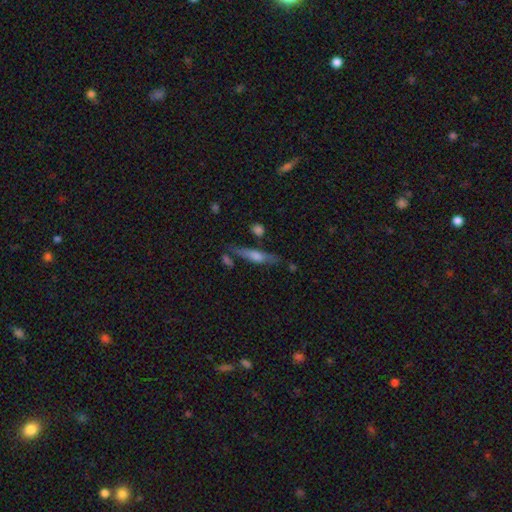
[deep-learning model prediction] This appears to be a featured or disk galaxy (58%) viewed edge-on (93%) with a rounded central bulge (75%). Merging: none (77%).